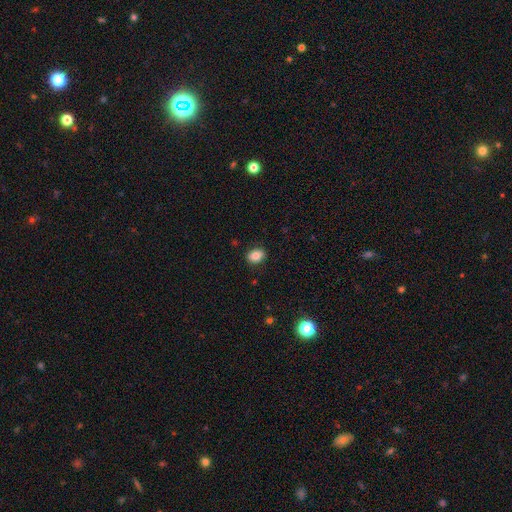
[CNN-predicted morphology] Overall: smooth (84%). How rounded: in between (64%; round 35%). Merging: none (88%).